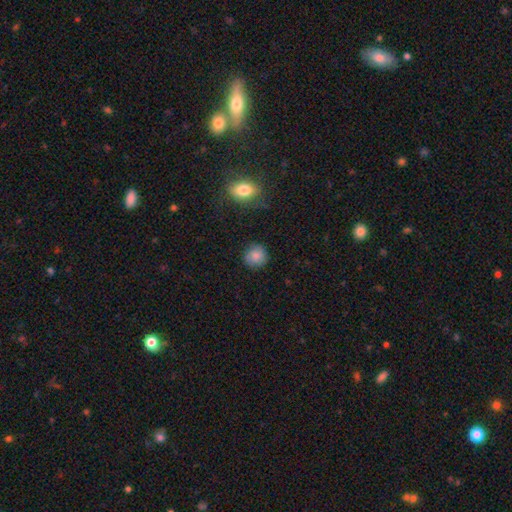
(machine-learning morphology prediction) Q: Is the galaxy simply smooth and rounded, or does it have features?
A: smooth — 84%.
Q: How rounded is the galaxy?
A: round — 90%.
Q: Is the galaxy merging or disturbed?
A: none — 85%.